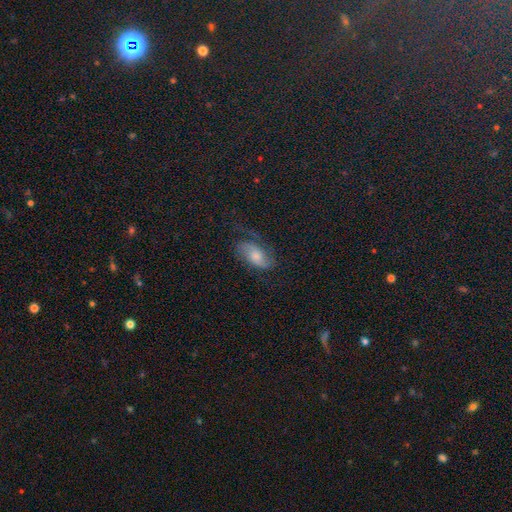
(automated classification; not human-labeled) The model was most divided on "spiral winding": medium: 44%, loose: 34%, tight: 23%. More confident: edge-on disk — no (94%); spiral arms — yes (92%); spiral arm count — 2 (77%); merging — none (65%); bar — no (63%); smooth or featured — featured or disk (61%); bulge size — moderate (54%).